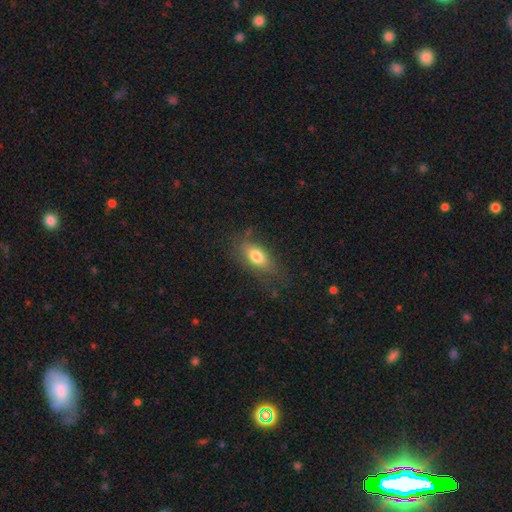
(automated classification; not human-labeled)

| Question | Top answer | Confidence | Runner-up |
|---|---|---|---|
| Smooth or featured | smooth | 73% | featured or disk (19%) |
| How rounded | in between | 83% | cigar-shaped (11%) |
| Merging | none | 68% | minor disturbance (21%) |